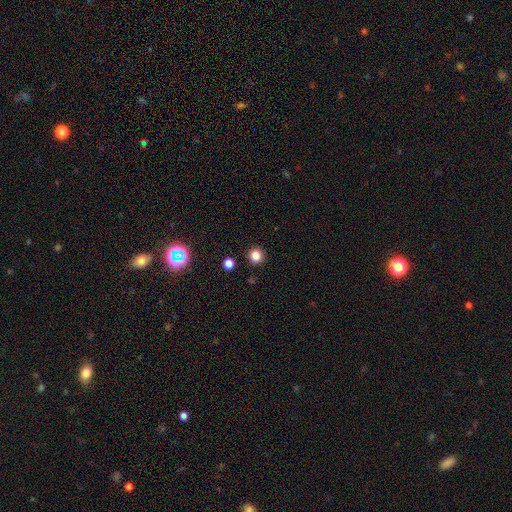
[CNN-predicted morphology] A smooth galaxy with no disk features (82%) that is round (93%). Merging: none (91%).